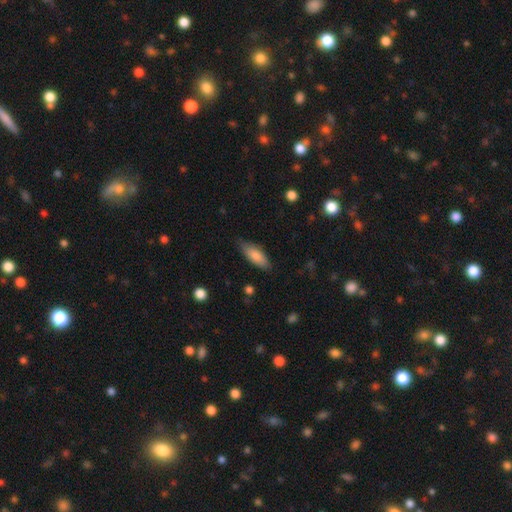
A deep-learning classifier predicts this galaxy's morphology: Smooth or featured: smooth — 83% (featured or disk — 12%)
How rounded: in between — 73% (cigar-shaped — 25%)
Merging: none — 77% (minor disturbance — 18%)